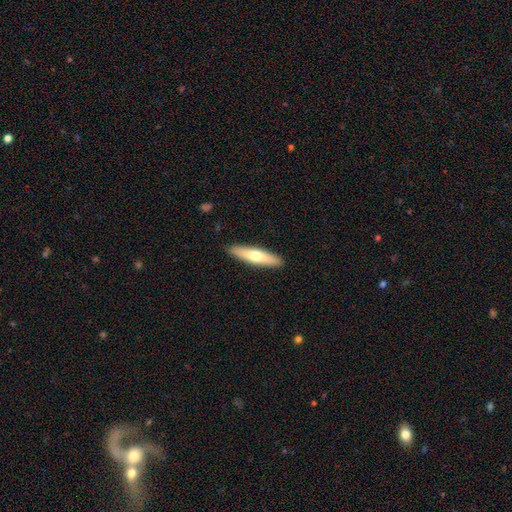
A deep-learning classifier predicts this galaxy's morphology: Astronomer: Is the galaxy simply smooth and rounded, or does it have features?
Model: smooth — 59% (runner-up: featured or disk, 36%).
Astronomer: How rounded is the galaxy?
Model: cigar-shaped — 79%.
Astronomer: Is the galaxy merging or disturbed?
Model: none — 91%.